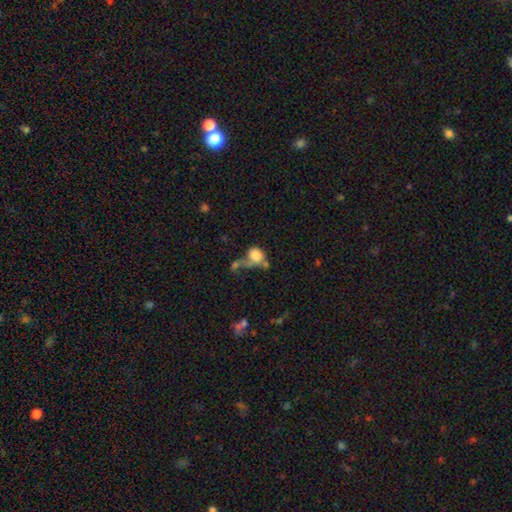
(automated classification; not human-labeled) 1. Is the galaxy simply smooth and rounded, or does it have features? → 75% smooth, 14% featured or disk, 10% star or artifact.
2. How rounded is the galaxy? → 55% round, 44% in between, 2% cigar-shaped.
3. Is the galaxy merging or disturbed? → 40% merger, 26% none, 21% major disturbance, 14% minor disturbance.